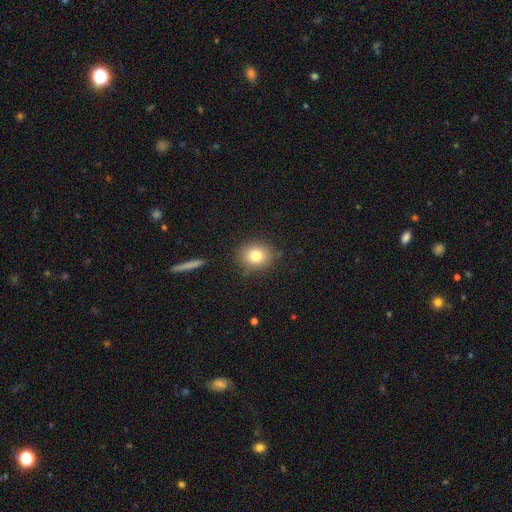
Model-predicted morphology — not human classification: The model was most divided on "how rounded": round: 71%, in between: 28%, cigar-shaped: 1%. More confident: merging — none (85%); smooth or featured — smooth (79%).